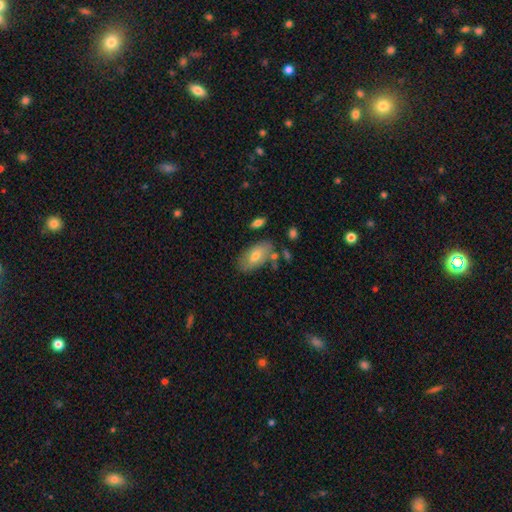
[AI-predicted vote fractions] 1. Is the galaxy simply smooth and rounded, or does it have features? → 67% smooth, 26% featured or disk, 7% star or artifact.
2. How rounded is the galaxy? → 92% in between, 4% cigar-shaped, 4% round.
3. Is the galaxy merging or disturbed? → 73% none, 17% minor disturbance, 6% merger, 4% major disturbance.